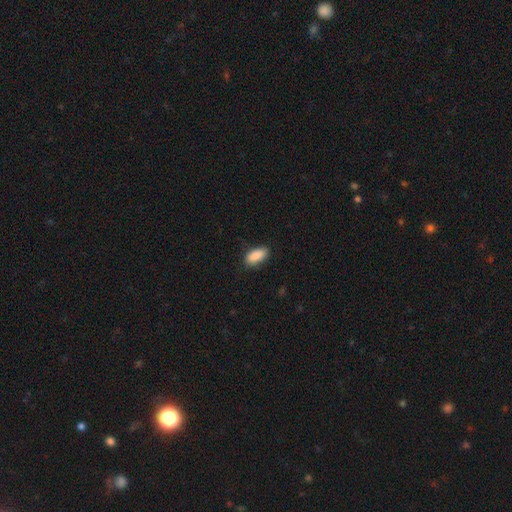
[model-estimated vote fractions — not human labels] A smooth galaxy with no disk features (90%) that is in between round and cigar-shaped (88%).

Vote fractions:
- Smooth or featured? smooth: 90% / star or artifact: 6% / featured or disk: 4%
- How rounded? in between: 88% / cigar-shaped: 10% / round: 2%
- Merging? none: 83% / minor disturbance: 14% / major disturbance: 2% / merger: 1%